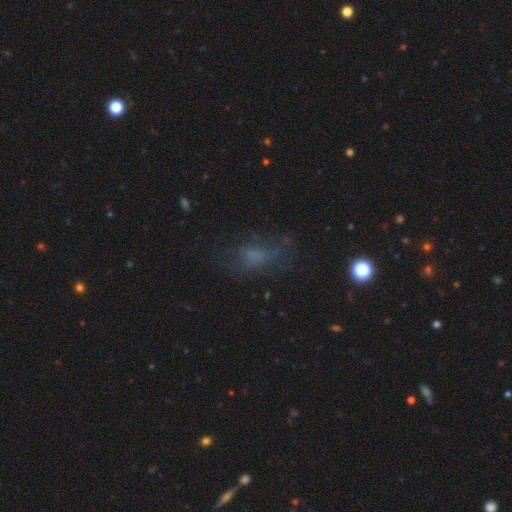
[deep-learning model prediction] This appears to be a smooth galaxy with no disk features (49%). Merging: none (53%).